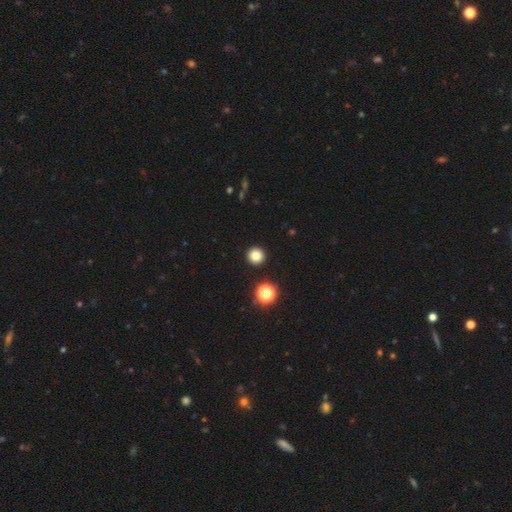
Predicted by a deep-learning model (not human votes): smooth-or-featured: smooth: 81% | star or artifact: 14% | featured or disk: 6%
  how-rounded: round: 95% | in between: 4% | cigar-shaped: 1%
  merging: none: 93% | minor disturbance: 4% | merger: 2% | major disturbance: 2%